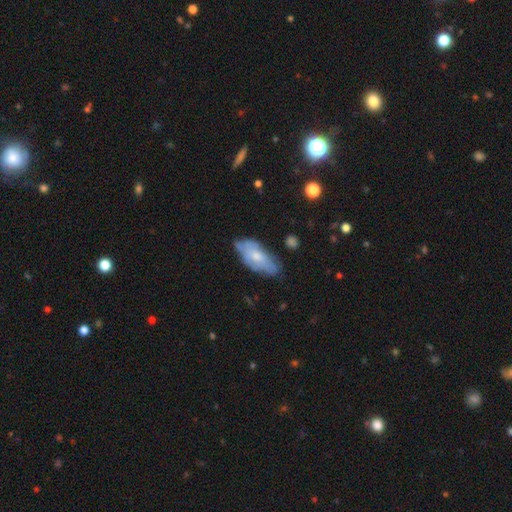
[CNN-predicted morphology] smooth_or_featured: smooth (p=0.46) [tied with: featured or disk p=0.46]
merging: none (p=0.66) [alt: minor disturbance p=0.26]